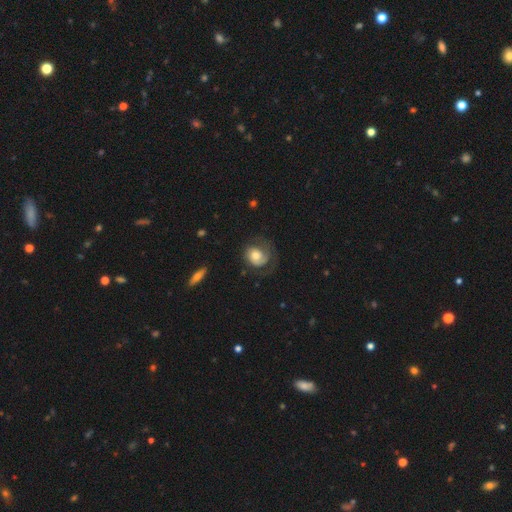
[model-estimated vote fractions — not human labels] Morphology: type=featured or disk (56%); edge-on=no (97%); bar=no (75%); spiral arms=yes (83%); bulge=moderate (54%); merging=none (53%).